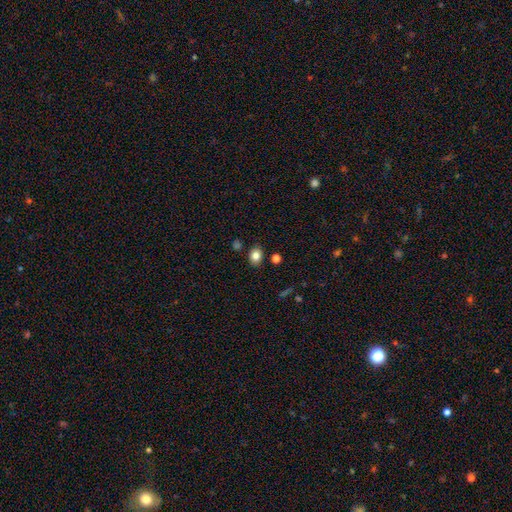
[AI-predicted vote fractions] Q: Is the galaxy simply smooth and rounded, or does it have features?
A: smooth — 82%.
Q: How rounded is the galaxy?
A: in between — 56%.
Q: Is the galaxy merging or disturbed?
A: none — 84%.